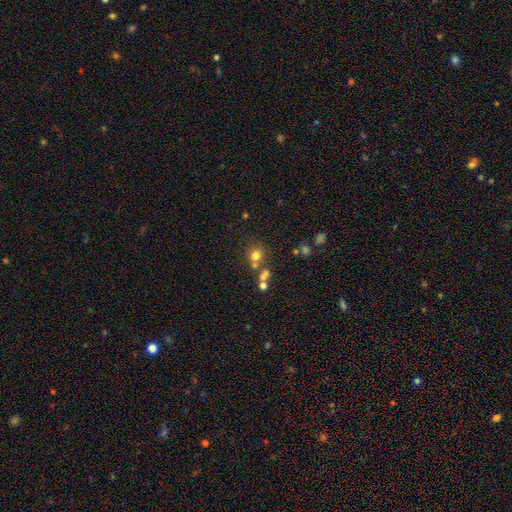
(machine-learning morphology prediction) Q: Smooth or featured?
A: smooth (69%); runner-up: star or artifact (19%)
Q: How rounded?
A: round (87%); runner-up: in between (12%)
Q: Merging?
A: none (62%); runner-up: merger (23%)